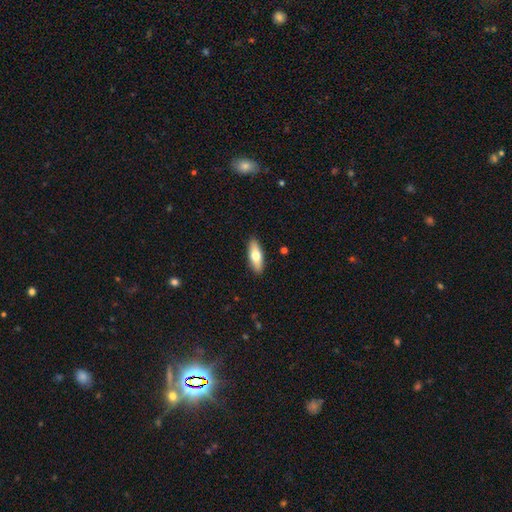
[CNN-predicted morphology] Overall: smooth (68%). How rounded: in between (65%; cigar-shaped 32%). Merging: none (90%).